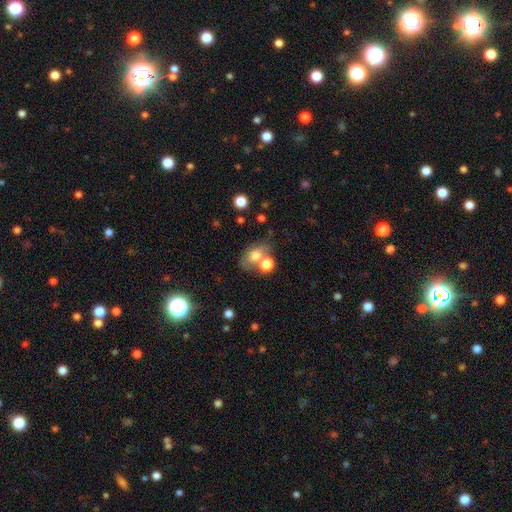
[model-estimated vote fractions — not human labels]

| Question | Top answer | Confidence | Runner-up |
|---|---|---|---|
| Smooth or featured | smooth | 71% | featured or disk (17%) |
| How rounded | in between | 67% | round (31%) |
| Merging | none | 43% | merger (34%) |